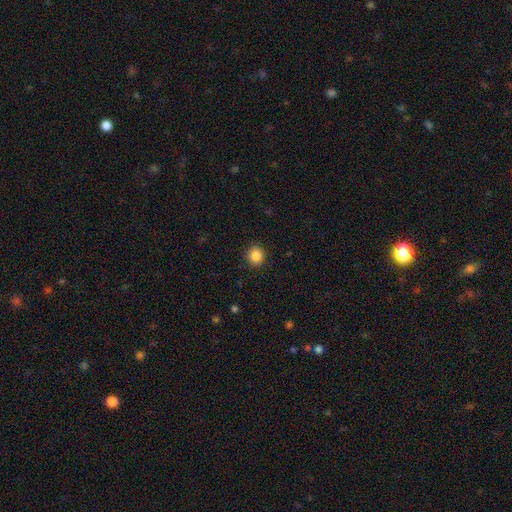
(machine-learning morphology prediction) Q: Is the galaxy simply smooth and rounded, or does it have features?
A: smooth — 86%.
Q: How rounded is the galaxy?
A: round — 90%.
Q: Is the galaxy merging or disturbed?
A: none — 90%.